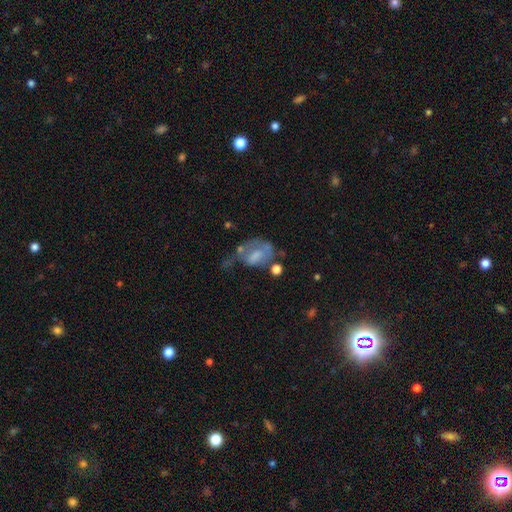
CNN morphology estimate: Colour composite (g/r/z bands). It shows a smooth galaxy with no disk features (48%). Merging: major disturbance (44%).